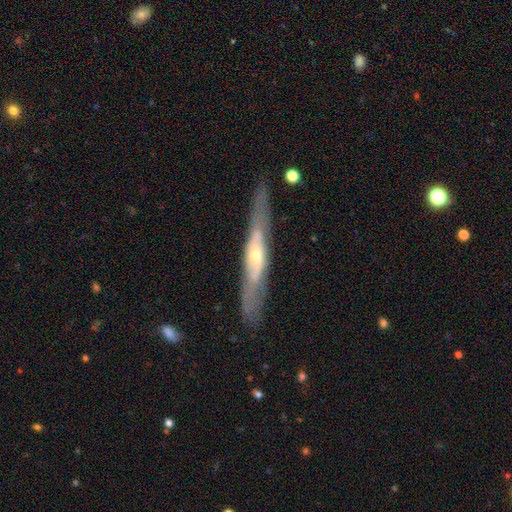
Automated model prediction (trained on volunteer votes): This is likely a featured or disk galaxy (73%). It is likely viewed edge-on (78%). Edge-on bulge: likely rounded (71%). Merging: clearly none (82%).